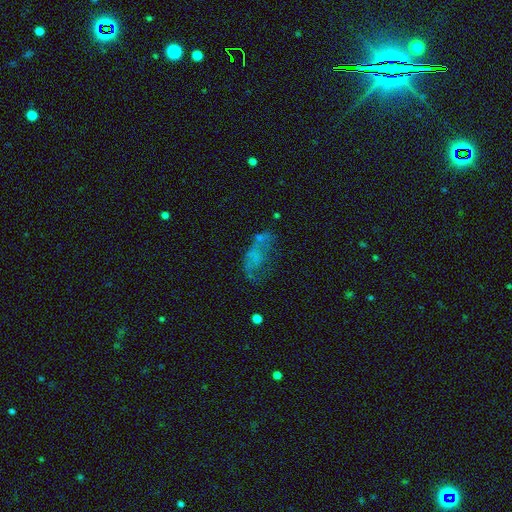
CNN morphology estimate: smooth_or_featured: featured or disk (p=0.43) [alt: smooth p=0.38]
merging: none (p=0.37) [alt: major disturbance p=0.33]